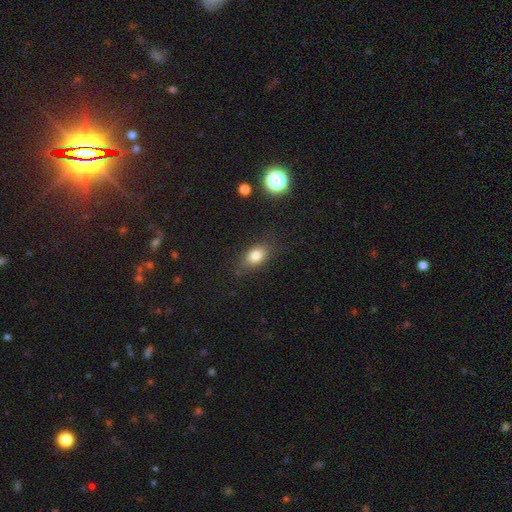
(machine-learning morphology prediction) smooth 80%, star or artifact 10%, featured or disk 9%. Down the decision tree: how rounded — in between (81%); merging — none (79%).